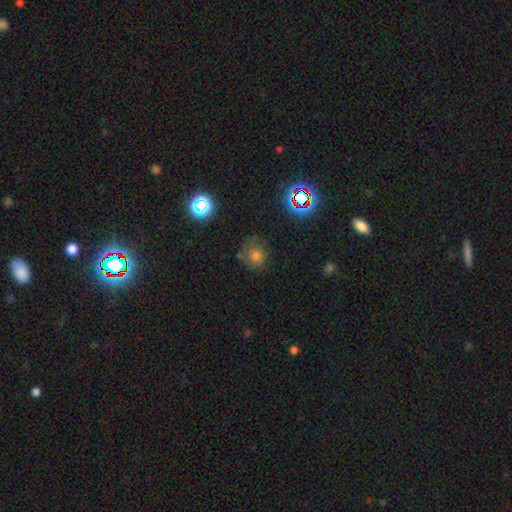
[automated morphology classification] Overall: smooth (63%; star or artifact 24%). How rounded: round (80%). Merging: none (66%).